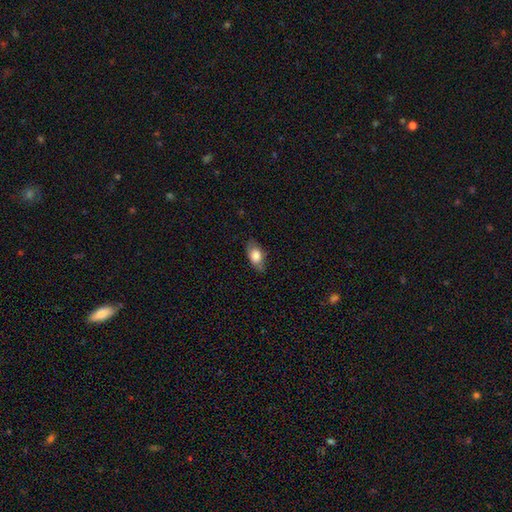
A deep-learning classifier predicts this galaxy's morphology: Q: Smooth or featured?
A: smooth (74%); runner-up: featured or disk (19%)
Q: How rounded?
A: in between (87%); runner-up: round (7%)
Q: Merging?
A: none (78%); runner-up: minor disturbance (17%)